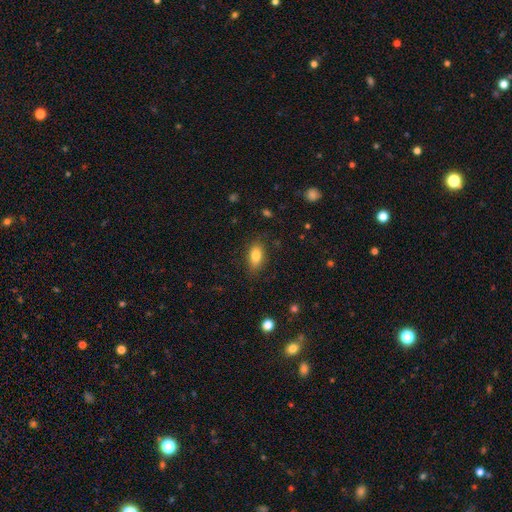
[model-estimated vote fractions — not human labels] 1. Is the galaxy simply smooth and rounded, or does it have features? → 82% smooth, 9% featured or disk, 9% star or artifact.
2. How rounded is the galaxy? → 87% in between, 7% cigar-shaped, 6% round.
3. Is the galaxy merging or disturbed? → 83% none, 12% minor disturbance, 3% major disturbance, 1% merger.